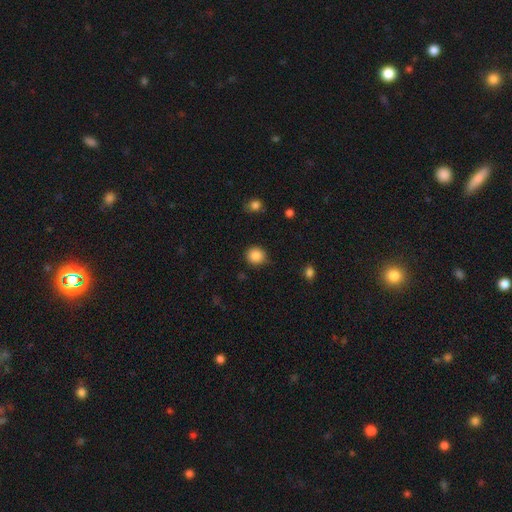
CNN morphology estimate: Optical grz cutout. It shows a smooth galaxy with no disk features (86%) that is round (84%). Merging: none (81%).